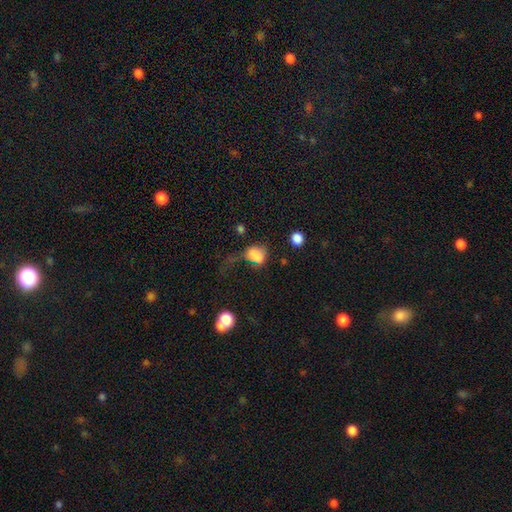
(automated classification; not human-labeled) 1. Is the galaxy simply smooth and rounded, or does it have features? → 77% smooth, 13% star or artifact, 11% featured or disk.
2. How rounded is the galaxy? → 50% in between, 49% round, 2% cigar-shaped.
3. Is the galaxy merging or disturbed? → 34% major disturbance, 32% none, 25% minor disturbance, 10% merger.